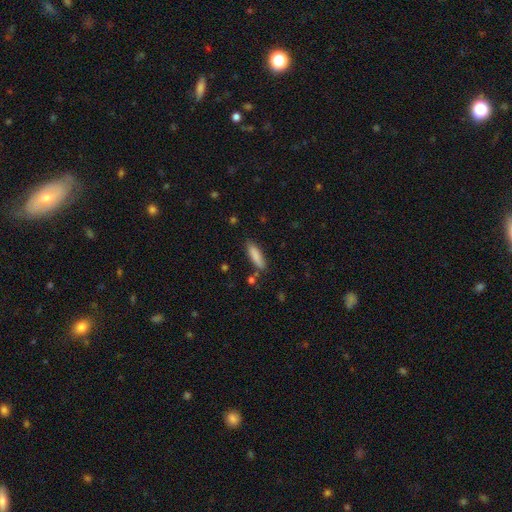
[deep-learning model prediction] The model was most divided on "how rounded": cigar-shaped: 58%, in between: 41%, round: 2%. More confident: smooth or featured — smooth (86%); merging — none (81%).